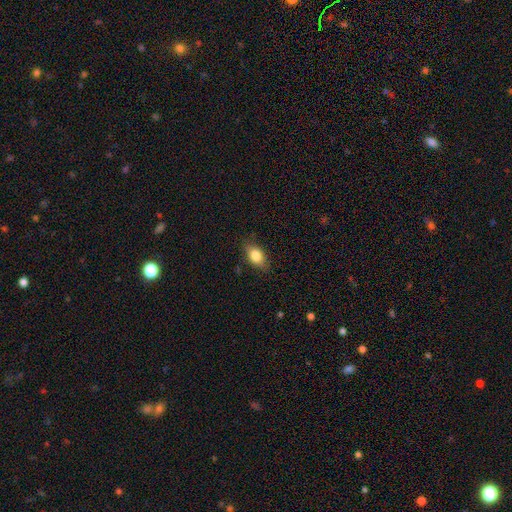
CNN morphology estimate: This appears to be a smooth galaxy with no disk features (83%) that is in between round and cigar-shaped (87%). Merging: none (82%).